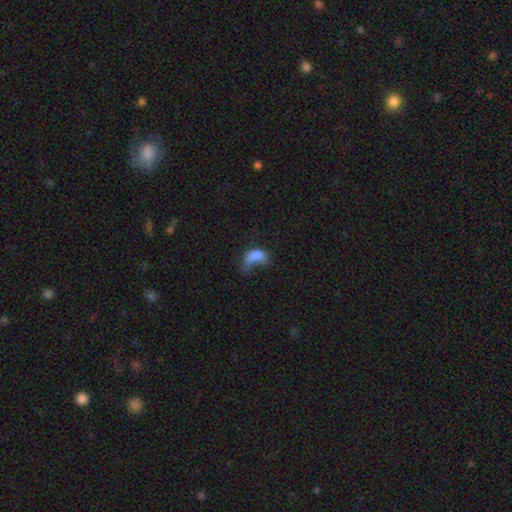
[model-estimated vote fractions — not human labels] This appears to be a smooth galaxy with no disk features (68%) that is in between round and cigar-shaped (86%). Merging: major disturbance (51%).